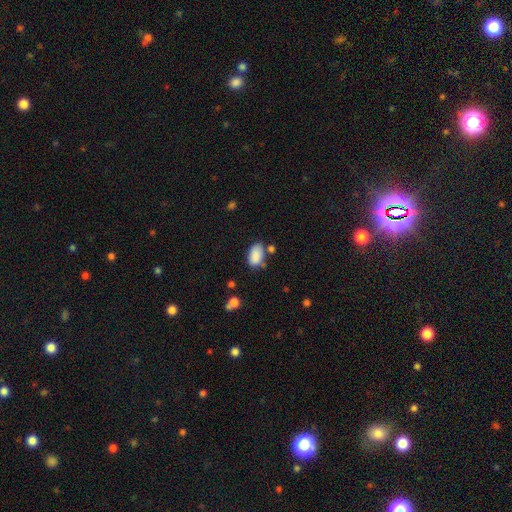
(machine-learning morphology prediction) Smooth or featured?
  - smooth: 87% *
  - star or artifact: 8%
  - featured or disk: 6%
How rounded?
  - in between: 93% *
  - round: 6%
  - cigar-shaped: 2%
Merging?
  - none: 63% *
  - minor disturbance: 22%
  - merger: 9%
  - major disturbance: 6%